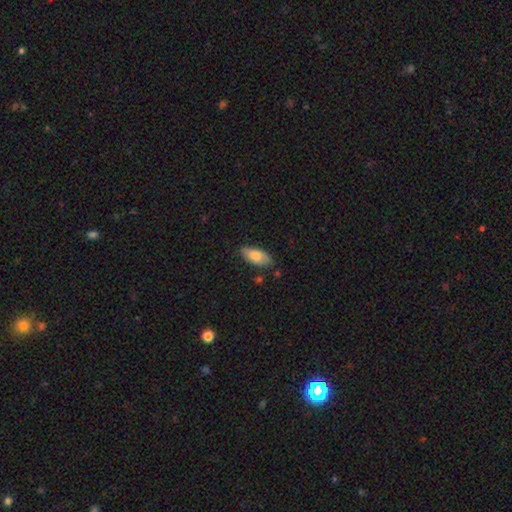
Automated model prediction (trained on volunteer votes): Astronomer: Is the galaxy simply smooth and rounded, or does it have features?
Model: smooth — 79%.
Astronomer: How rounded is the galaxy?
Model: in between — 88%.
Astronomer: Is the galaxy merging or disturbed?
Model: none — 78%.